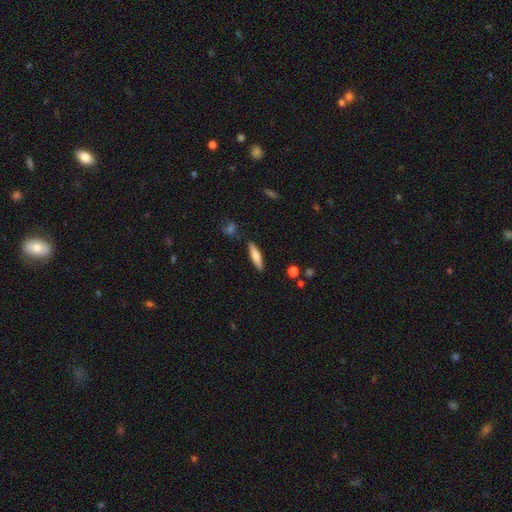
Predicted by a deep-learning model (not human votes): smooth 71%, featured or disk 23%, star or artifact 6%. Down the decision tree: how rounded — cigar-shaped (77%); merging — none (83%).